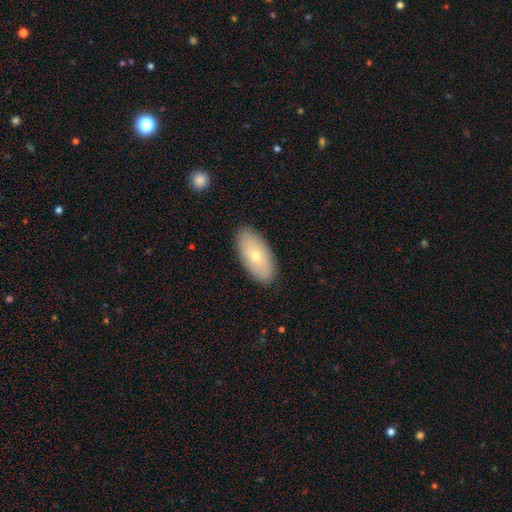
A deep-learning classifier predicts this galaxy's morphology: Overall: smooth (64%; featured or disk 30%). How rounded: in between (92%). Merging: none (88%).